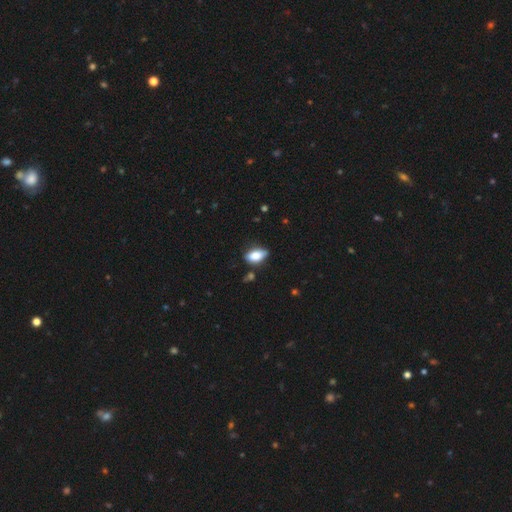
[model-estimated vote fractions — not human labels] The model was most divided on "merging": none: 60%, minor disturbance: 29%, major disturbance: 6%, merger: 4%. More confident: how rounded — in between (89%); smooth or featured — smooth (79%).